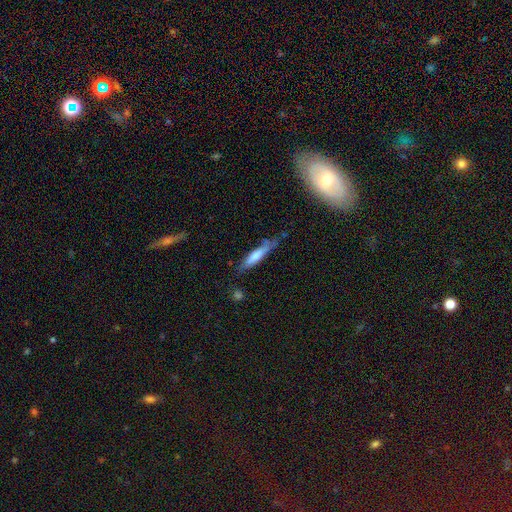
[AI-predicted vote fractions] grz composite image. It shows a smooth galaxy with no disk features (63%) that is cigar-shaped (85%). Merging: none (60%).